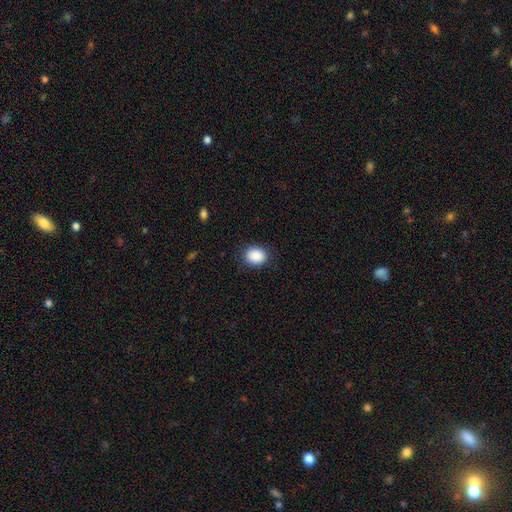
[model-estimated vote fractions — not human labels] A smooth galaxy with no disk features (89%) that is round (56%). Merging: none (86%).